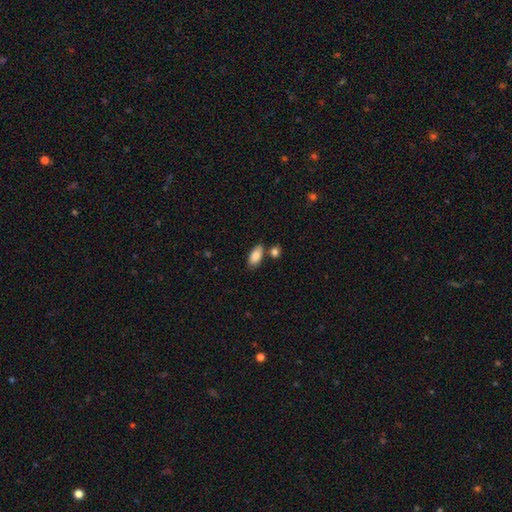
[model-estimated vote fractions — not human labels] A smooth galaxy with no disk features (87%) that is in between round and cigar-shaped (91%). Merging: none (67%).